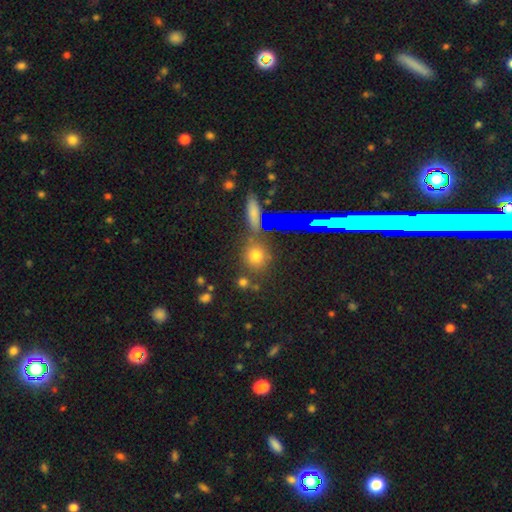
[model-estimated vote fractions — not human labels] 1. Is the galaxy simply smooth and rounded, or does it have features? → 71% smooth, 20% star or artifact, 9% featured or disk.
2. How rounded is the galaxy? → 79% round, 18% in between, 3% cigar-shaped.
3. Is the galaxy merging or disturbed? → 79% none, 10% minor disturbance, 8% merger, 4% major disturbance.